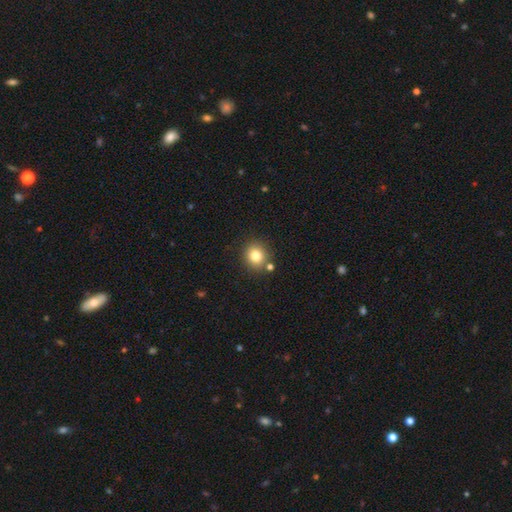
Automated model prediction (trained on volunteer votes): A smooth galaxy with no disk features (81%) that is round (84%). Merging: none (81%).